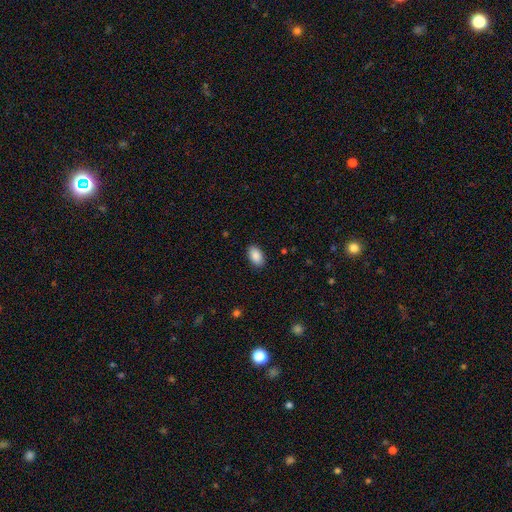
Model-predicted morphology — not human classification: The model was most divided on "smooth or featured": smooth: 88%, star or artifact: 7%, featured or disk: 5%. More confident: how rounded — in between (94%); merging — none (89%).